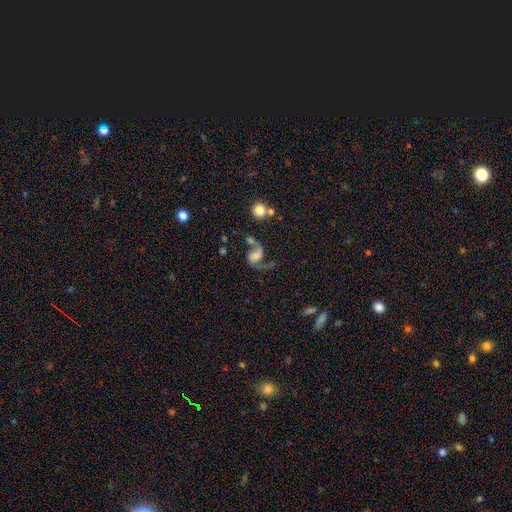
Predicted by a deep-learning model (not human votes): Smooth or featured? Predicted: featured or disk (p=0.69). Edge-on disk? Predicted: no (p=0.98). Bar? Predicted: no (p=0.53). Spiral arms? Predicted: yes (p=0.89). Spiral winding? Predicted: loose (p=0.72). Spiral arm count? Predicted: 2 (p=0.74). Bulge size? Predicted: none (p=0.38). Merging? Predicted: none (p=0.36).